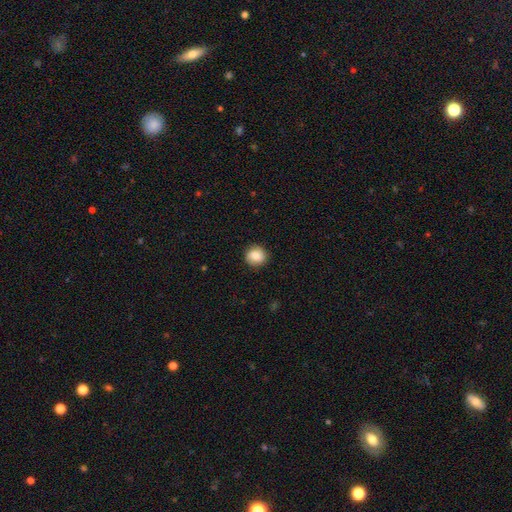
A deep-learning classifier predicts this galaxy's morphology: Smooth or featured? Predicted: smooth (p=0.84). How rounded? Predicted: round (p=0.87). Merging? Predicted: none (p=0.87).